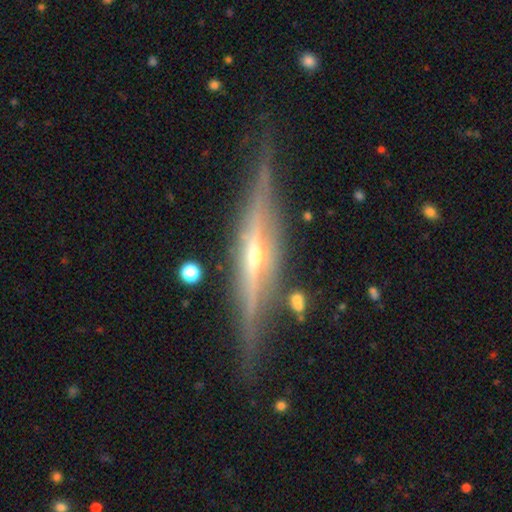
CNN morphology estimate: Smooth or featured: featured or disk — 87% (smooth — 7%)
Edge-on disk: yes — 97% (no — 3%)
Edge-on bulge: rounded — 79% (none — 13%)
Merging: none — 83% (minor disturbance — 12%)